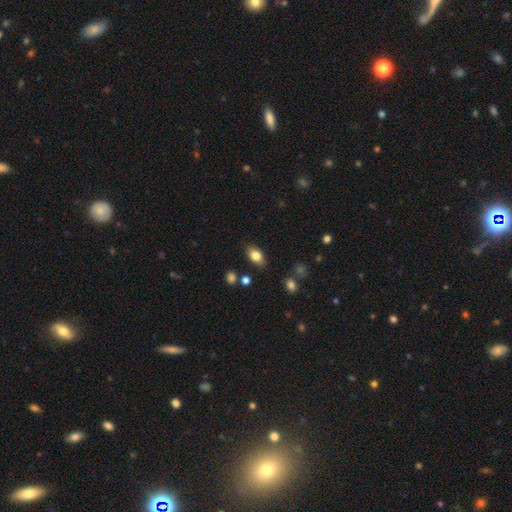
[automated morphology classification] smooth_or_featured: smooth (p=0.80) [alt: featured or disk p=0.12]
how_rounded: in between (p=0.87) [alt: round p=0.10]
merging: none (p=0.83) [alt: minor disturbance p=0.12]